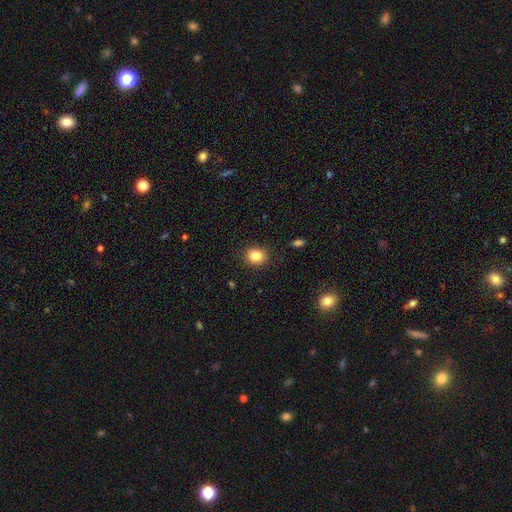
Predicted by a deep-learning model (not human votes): A smooth galaxy with no disk features (84%) that is round (71%). Merging: none (89%).